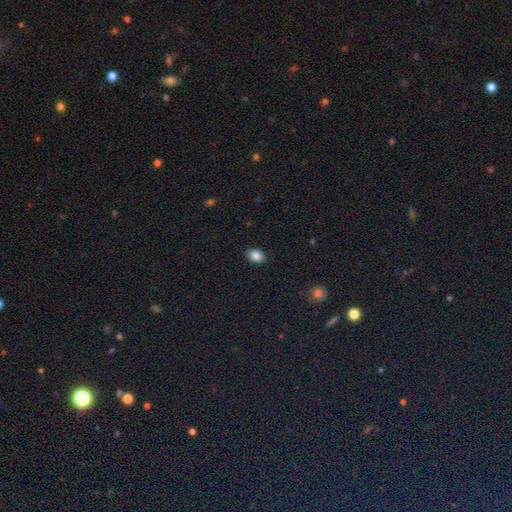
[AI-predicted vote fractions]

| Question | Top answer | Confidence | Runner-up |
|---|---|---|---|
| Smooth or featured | smooth | 86% | star or artifact (9%) |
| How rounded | in between | 74% | round (25%) |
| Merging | none | 88% | minor disturbance (9%) |